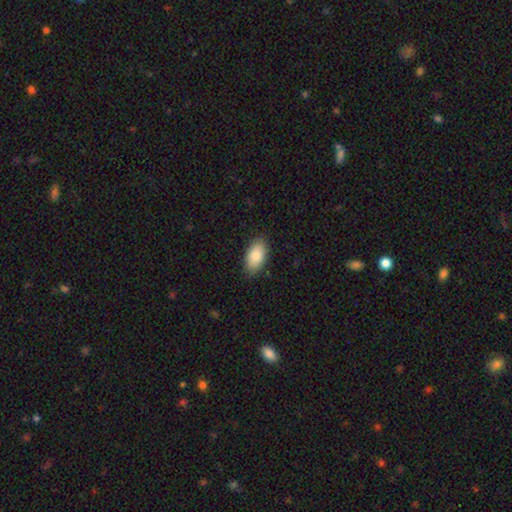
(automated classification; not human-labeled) Smooth or featured?
  - smooth: 86% *
  - featured or disk: 8%
  - star or artifact: 6%
How rounded?
  - in between: 94% *
  - round: 3%
  - cigar-shaped: 2%
Merging?
  - none: 86% *
  - minor disturbance: 11%
  - major disturbance: 2%
  - merger: 1%